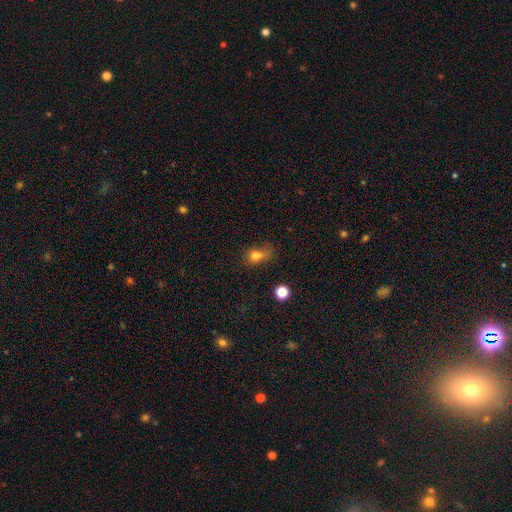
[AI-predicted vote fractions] Smooth or featured: smooth — 75% (star or artifact — 15%)
How rounded: in between — 51% (round — 47%)
Merging: none — 40% (minor disturbance — 31%)